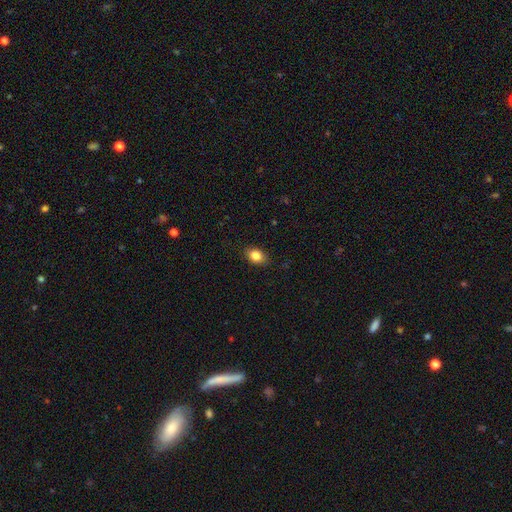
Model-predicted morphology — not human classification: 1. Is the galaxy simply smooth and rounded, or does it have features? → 84% smooth, 9% star or artifact, 7% featured or disk.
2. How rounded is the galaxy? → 74% in between, 24% round, 1% cigar-shaped.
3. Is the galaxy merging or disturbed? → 86% none, 10% minor disturbance, 2% major disturbance, 1% merger.